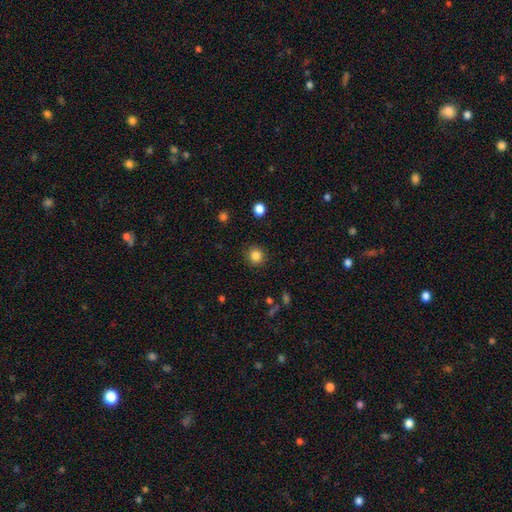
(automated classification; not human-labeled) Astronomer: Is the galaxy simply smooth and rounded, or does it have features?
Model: smooth — 84%.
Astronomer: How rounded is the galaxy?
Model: round — 90%.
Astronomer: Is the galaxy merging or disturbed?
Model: none — 90%.